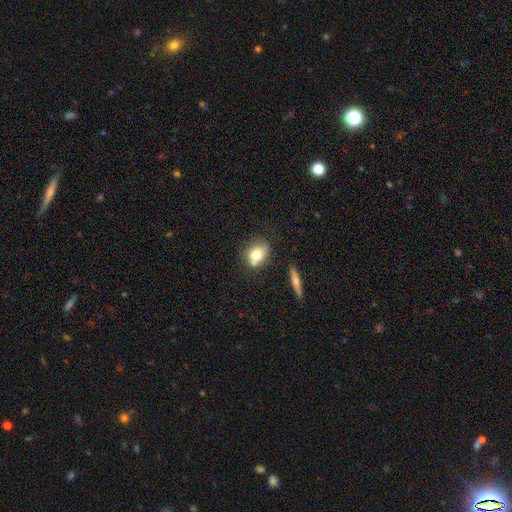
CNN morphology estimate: Q: Smooth or featured?
A: smooth (73%); runner-up: featured or disk (17%)
Q: How rounded?
A: in between (52%); runner-up: round (46%)
Q: Merging?
A: none (51%); runner-up: merger (24%)